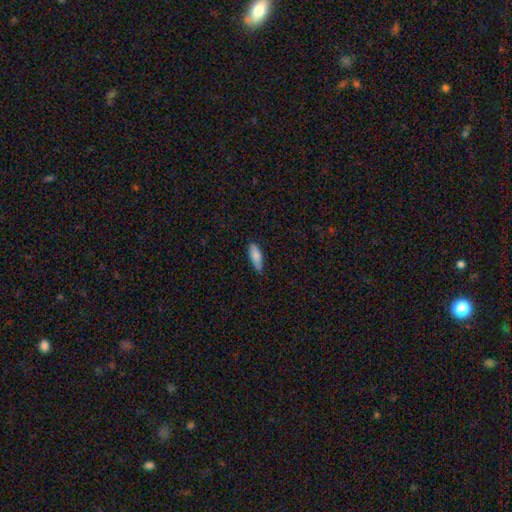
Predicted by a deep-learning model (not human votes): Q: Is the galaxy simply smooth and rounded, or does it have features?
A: smooth — 86%.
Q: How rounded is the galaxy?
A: in between — 66%.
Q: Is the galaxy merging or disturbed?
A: none — 73%.